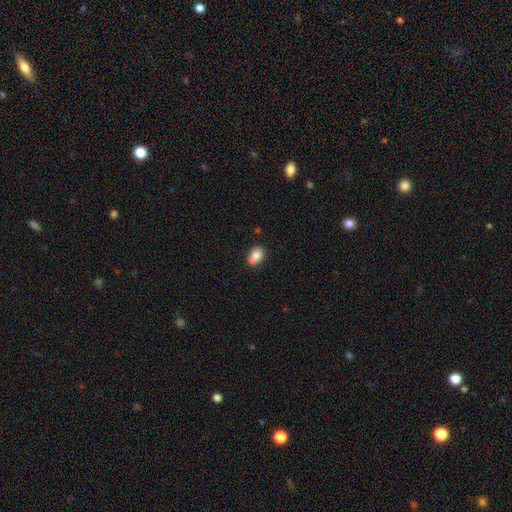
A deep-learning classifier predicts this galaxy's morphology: This appears to be a smooth galaxy with no disk features (84%) that is in between round and cigar-shaped (82%). Merging: none (77%).